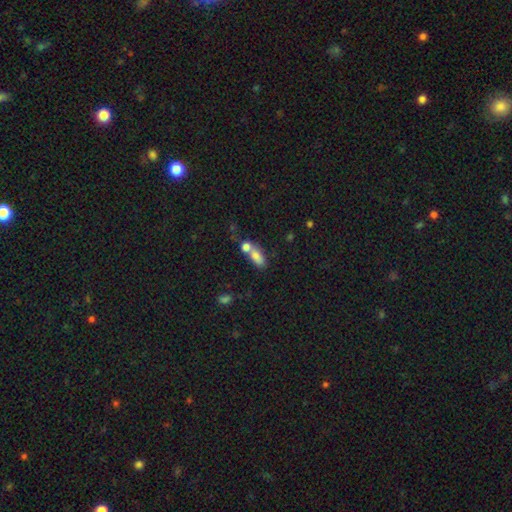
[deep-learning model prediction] Smooth or featured: smooth — 73% (featured or disk — 16%)
How rounded: in between — 76% (round — 14%)
Merging: merger — 60% (none — 25%)